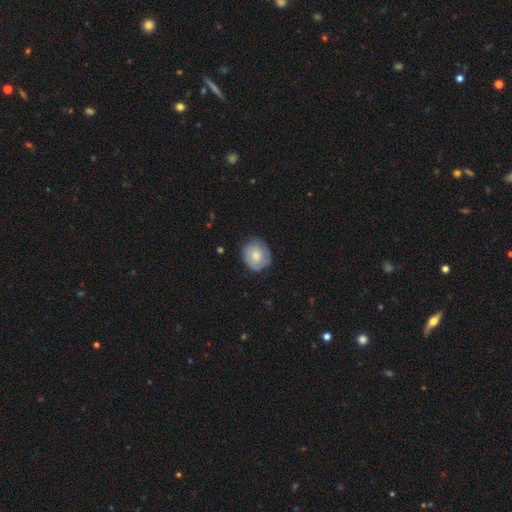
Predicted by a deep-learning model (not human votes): A smooth galaxy with no disk features (60%) that is round (76%).

Vote fractions:
- Smooth or featured? smooth: 60% / featured or disk: 34% / star or artifact: 6%
- How rounded? round: 76% / in between: 23% / cigar-shaped: 1%
- Merging? none: 71% / minor disturbance: 22% / major disturbance: 5% / merger: 1%